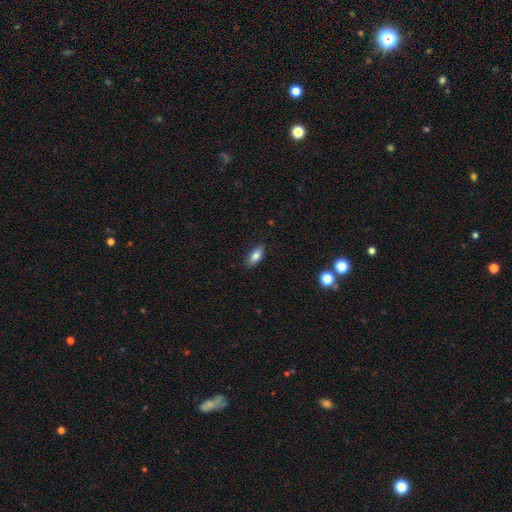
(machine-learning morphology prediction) smooth_or_featured: smooth (p=0.80) [alt: featured or disk p=0.13]
how_rounded: in between (p=0.80) [alt: cigar-shaped p=0.18]
merging: none (p=0.87) [alt: minor disturbance p=0.10]